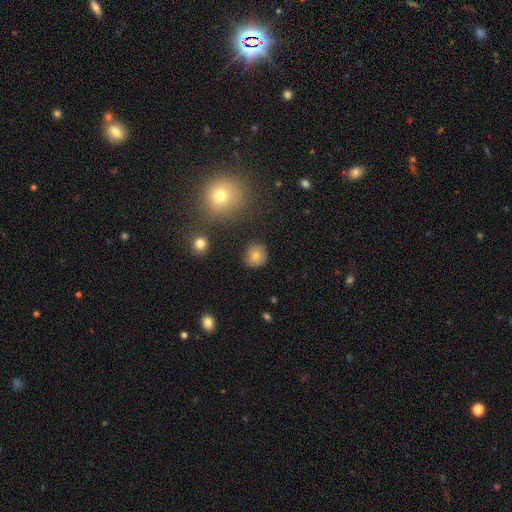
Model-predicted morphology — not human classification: smooth-or-featured: smooth: 77% | featured or disk: 12% | star or artifact: 11%
  how-rounded: round: 88% | in between: 11% | cigar-shaped: 1%
  merging: none: 86% | minor disturbance: 10% | major disturbance: 3% | merger: 2%